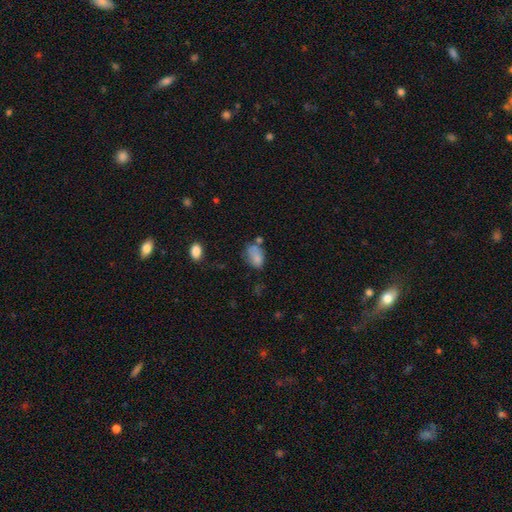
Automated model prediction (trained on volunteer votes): Q: Smooth or featured?
A: smooth (75%); runner-up: featured or disk (14%)
Q: How rounded?
A: in between (85%); runner-up: round (14%)
Q: Merging?
A: none (41%); runner-up: minor disturbance (29%)